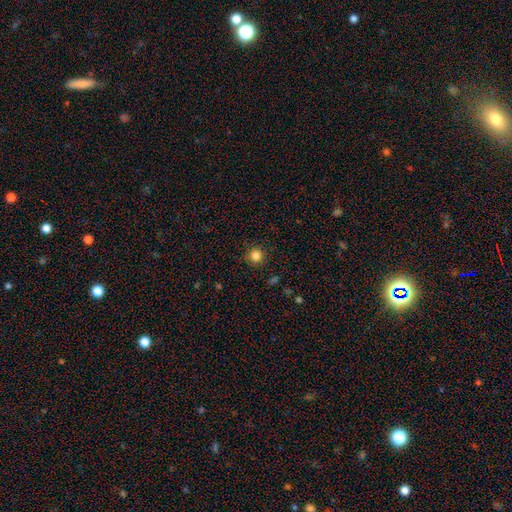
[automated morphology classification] smooth-or-featured: smooth: 83% | star or artifact: 13% | featured or disk: 5%
  how-rounded: round: 95% | in between: 4% | cigar-shaped: 1%
  merging: none: 90% | minor disturbance: 7% | major disturbance: 2% | merger: 1%